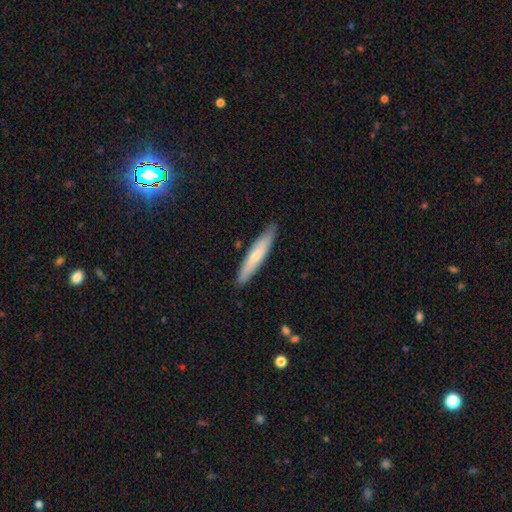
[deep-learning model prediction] Overall: smooth (63%; featured or disk 32%). How rounded: cigar-shaped (90%). Merging: none (87%).